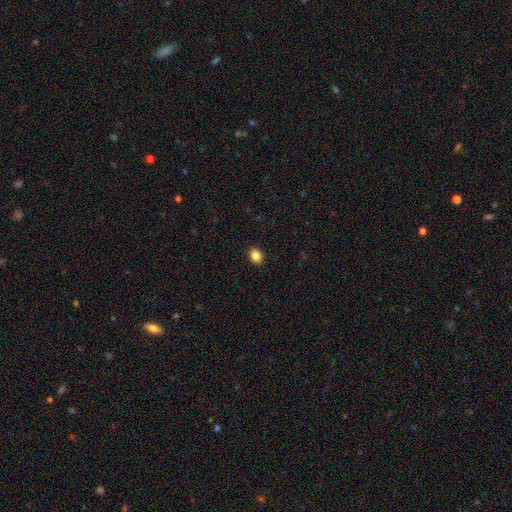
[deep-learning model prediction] Overall: smooth (86%). How rounded: in between (65%; round 34%). Merging: none (91%).